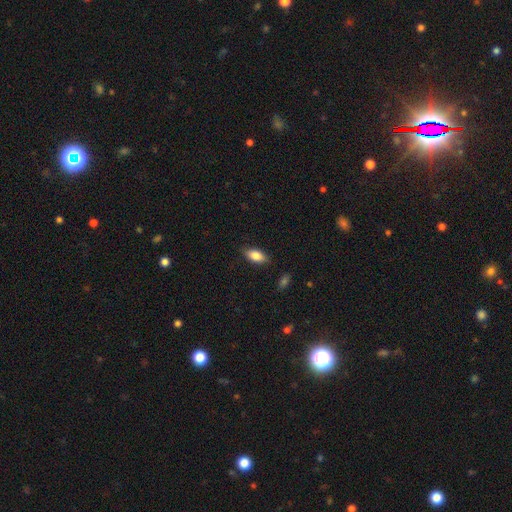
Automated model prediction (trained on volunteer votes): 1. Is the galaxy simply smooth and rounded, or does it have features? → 83% smooth, 10% featured or disk, 7% star or artifact.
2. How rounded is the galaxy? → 88% in between, 9% cigar-shaped, 4% round.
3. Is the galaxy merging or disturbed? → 85% none, 12% minor disturbance, 3% major disturbance, 1% merger.